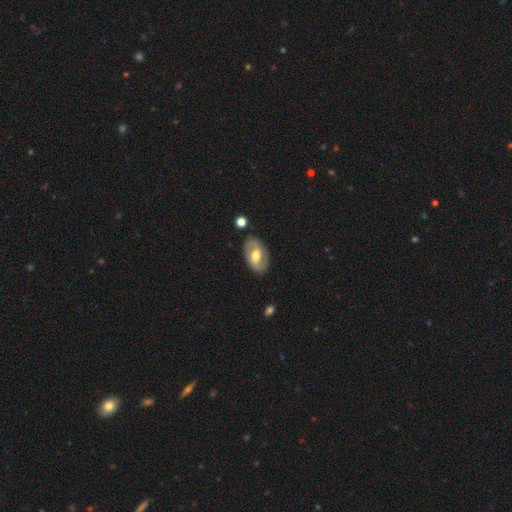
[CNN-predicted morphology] This is likely a featured or disk galaxy (62%). It is clearly not viewed edge-on (93%). Bar: marginally weak (42%). Spiral arm pattern: likely yes (63%). Central bulge: likely moderate (70%). Merging: clearly none (81%).